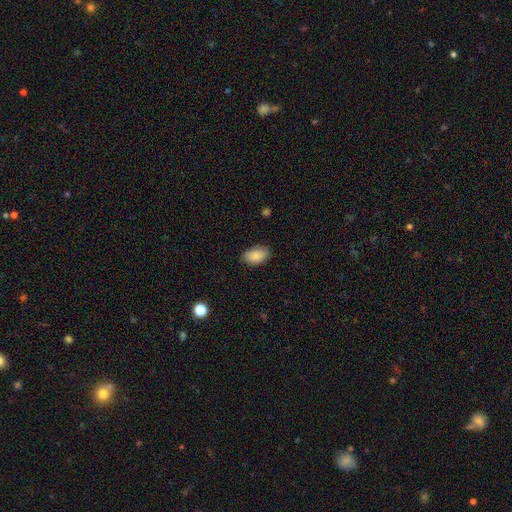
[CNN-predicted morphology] type=smooth (89%); roundness=in between (93%); merging=none (83%).